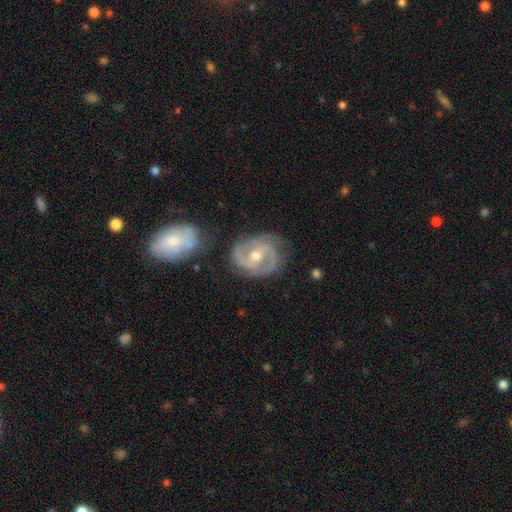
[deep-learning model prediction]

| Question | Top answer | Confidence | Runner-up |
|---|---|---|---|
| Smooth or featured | featured or disk | 87% | smooth (8%) |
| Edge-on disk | no | 97% | yes (3%) |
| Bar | weak | 45% | no (37%) |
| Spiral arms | yes | 96% | no (4%) |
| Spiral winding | medium | 48% | tight (39%) |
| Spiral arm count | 2 | 80% | 3 (9%) |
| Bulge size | moderate | 74% | small (21%) |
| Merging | none | 73% | minor disturbance (17%) |